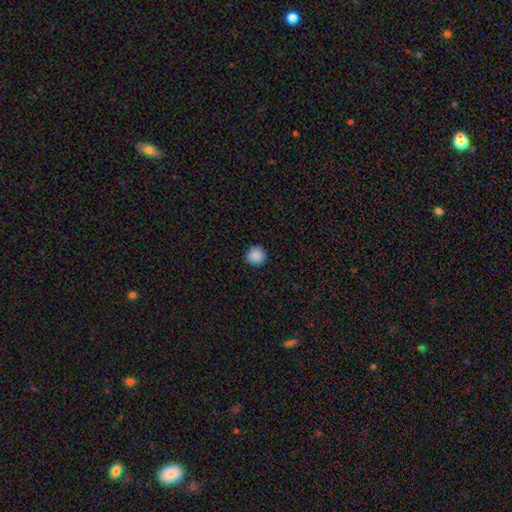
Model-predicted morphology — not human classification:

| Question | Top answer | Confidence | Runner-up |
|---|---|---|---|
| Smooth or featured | smooth | 89% | star or artifact (9%) |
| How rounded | round | 94% | in between (5%) |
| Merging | none | 92% | minor disturbance (6%) |